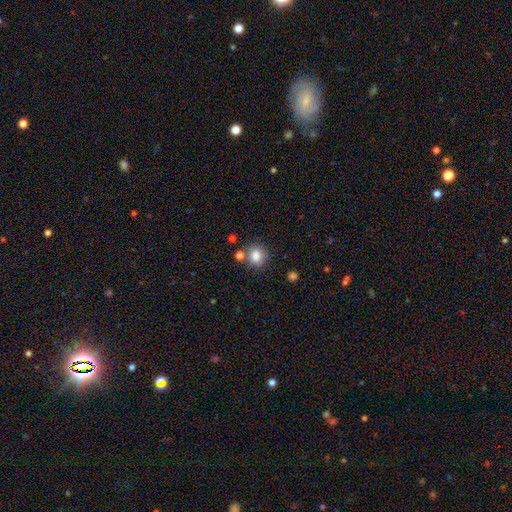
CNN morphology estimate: Smooth or featured: smooth — 83% (star or artifact — 11%)
How rounded: round — 72% (in between — 27%)
Merging: none — 73% (minor disturbance — 12%)